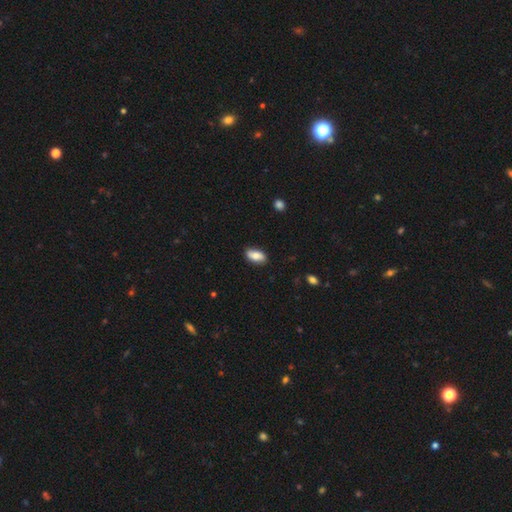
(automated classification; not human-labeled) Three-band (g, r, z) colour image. It shows a smooth galaxy with no disk features (75%) that is in between round and cigar-shaped (90%). Merging: none (83%).